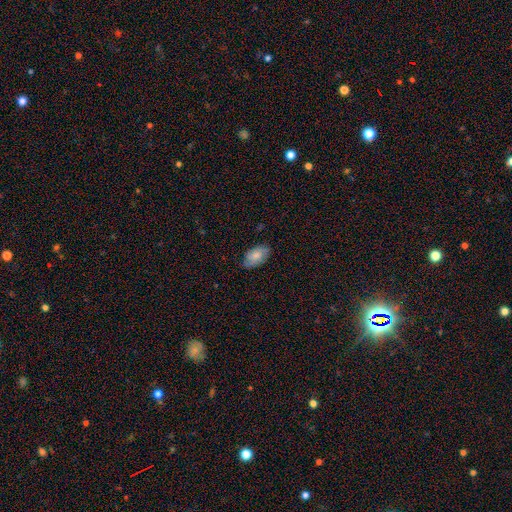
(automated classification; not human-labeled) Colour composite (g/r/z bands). It shows a smooth galaxy with no disk features (79%) that is in between round and cigar-shaped (94%). Merging: none (77%).